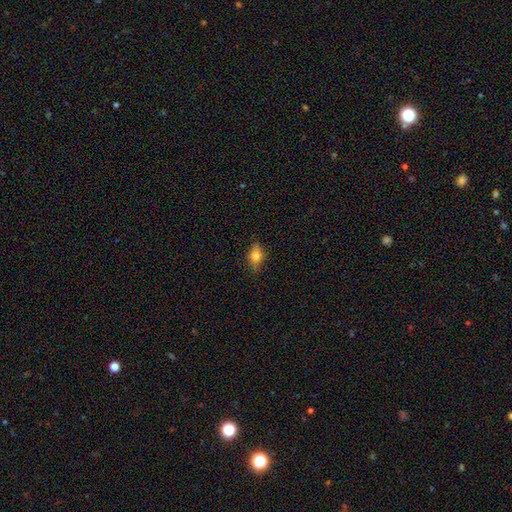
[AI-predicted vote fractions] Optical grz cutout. It shows a smooth galaxy with no disk features (64%) that is in between round and cigar-shaped (74%). Merging: none (80%).